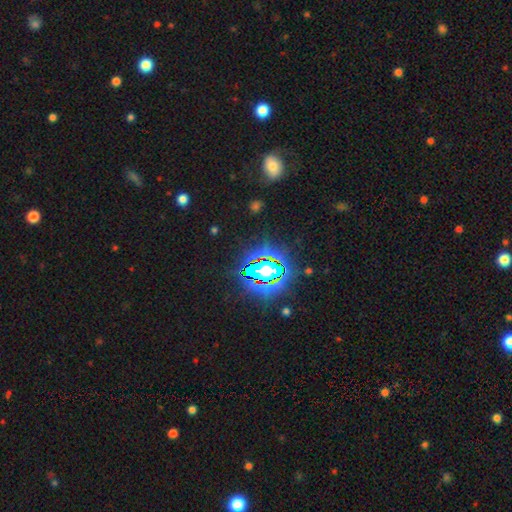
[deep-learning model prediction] Morphology: type=star or artifact (83%).